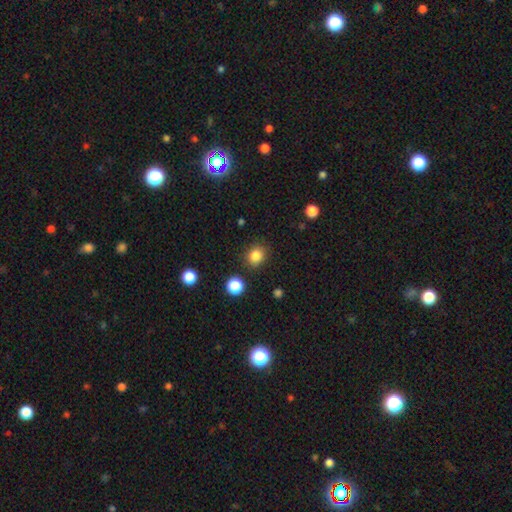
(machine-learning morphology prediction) Smooth or featured? smooth (84%)
How rounded? round (71%)
Merging? none (85%)